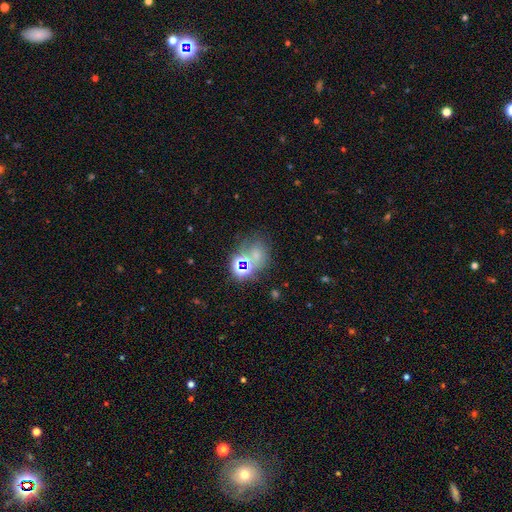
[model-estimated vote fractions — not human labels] A smooth galaxy with no disk features (47%).

Vote fractions:
- Smooth or featured? smooth: 47% / star or artifact: 38% / featured or disk: 15%
- Merging? none: 50% / merger: 24% / minor disturbance: 15% / major disturbance: 11%